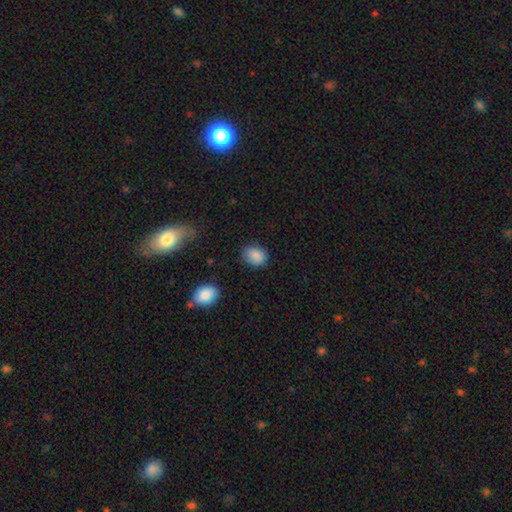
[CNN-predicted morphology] Overall: smooth (87%). How rounded: in between (59%; round 40%). Merging: none (81%).